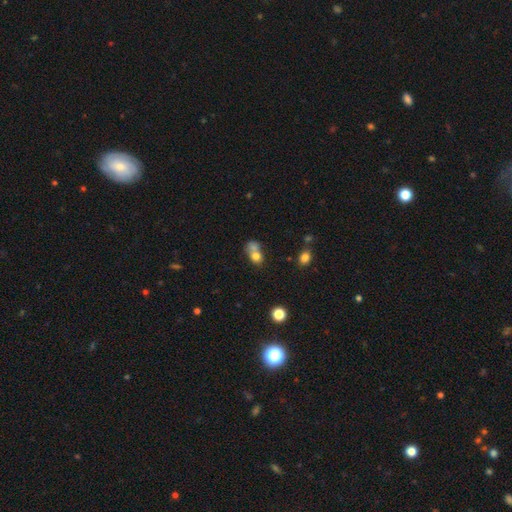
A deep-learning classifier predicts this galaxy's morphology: Q: Smooth or featured?
A: smooth (73%); runner-up: featured or disk (15%)
Q: How rounded?
A: round (56%); runner-up: in between (43%)
Q: Merging?
A: merger (61%); runner-up: none (25%)